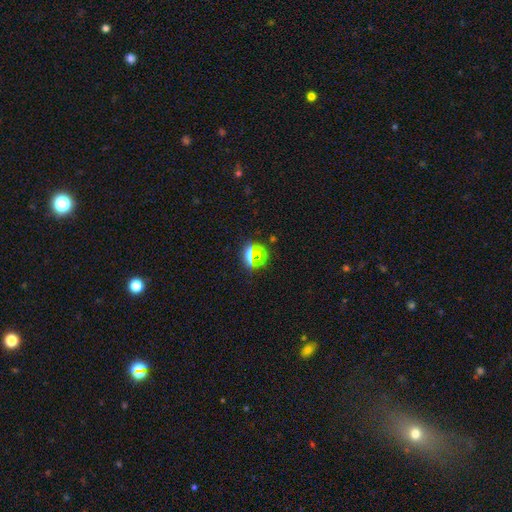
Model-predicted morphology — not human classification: A star or artifact, not a galaxy (54%).

Vote fractions:
- Smooth or featured? star or artifact: 54% / smooth: 34% / featured or disk: 12%